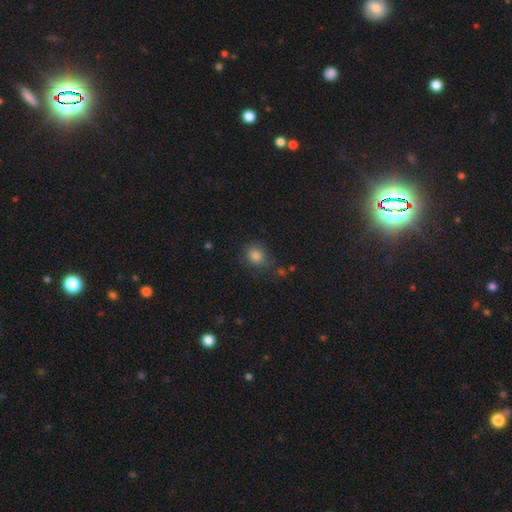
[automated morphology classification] A smooth galaxy with no disk features (84%) that is round (68%). Merging: none (76%).